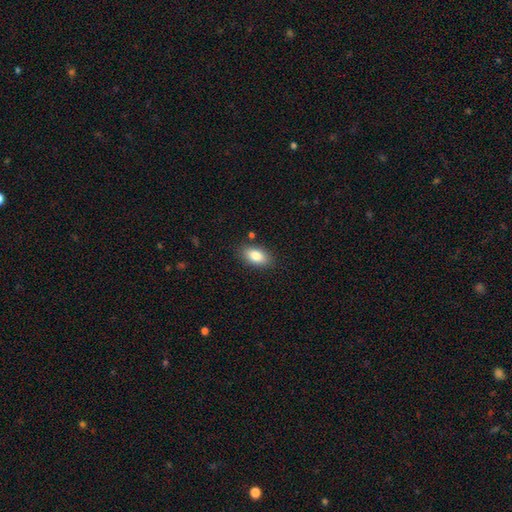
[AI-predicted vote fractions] Smooth or featured? smooth (83%)
How rounded? in between (91%)
Merging? none (85%)